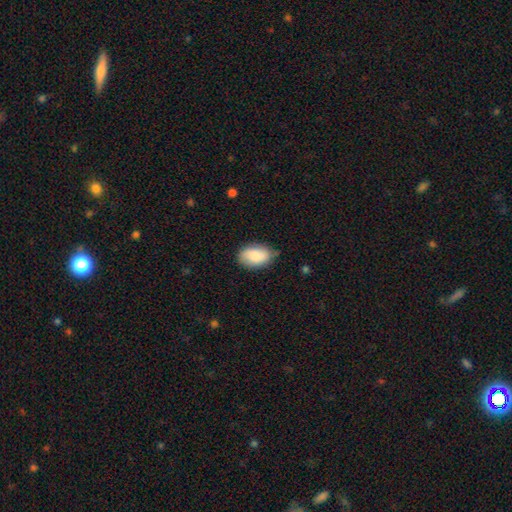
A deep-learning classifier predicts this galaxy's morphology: Overall: smooth (85%). How rounded: in between (91%). Merging: none (76%).